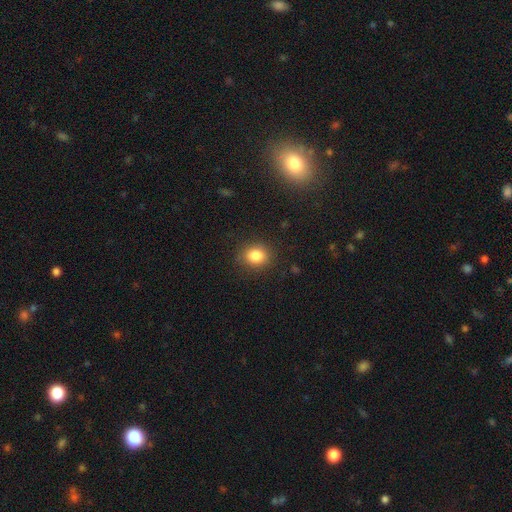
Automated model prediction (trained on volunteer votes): Smooth or featured? smooth (84%)
How rounded? round (62%)
Merging? none (85%)